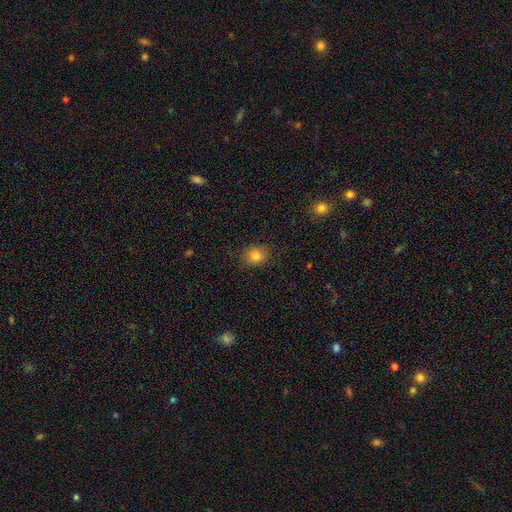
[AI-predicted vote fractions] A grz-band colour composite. It shows a smooth galaxy with no disk features (82%) that is round (70%). Merging: none (86%).